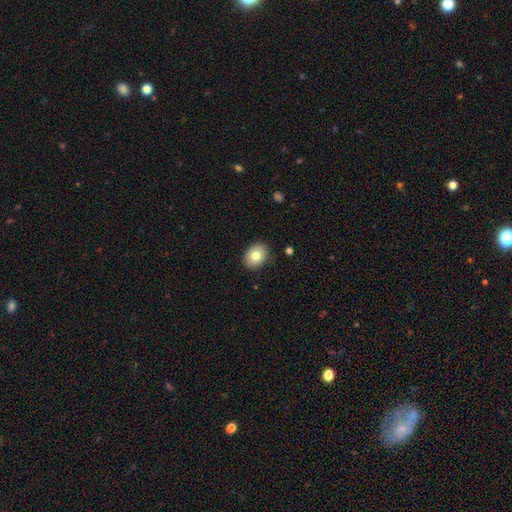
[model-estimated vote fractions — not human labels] Overall: smooth (79%). How rounded: in between (60%; round 39%). Merging: none (87%).